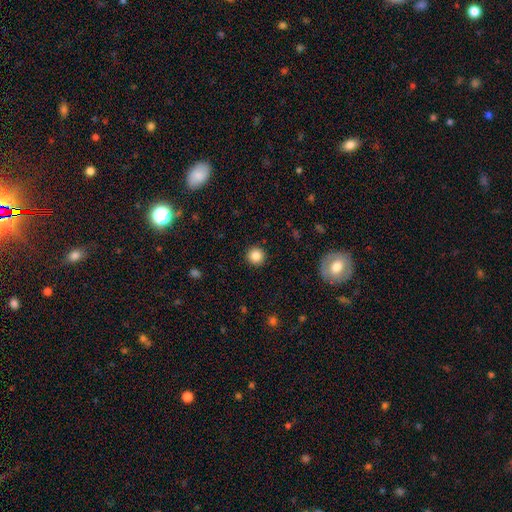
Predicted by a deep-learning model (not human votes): Morphology: type=smooth (85%); roundness=round (95%); merging=none (93%).